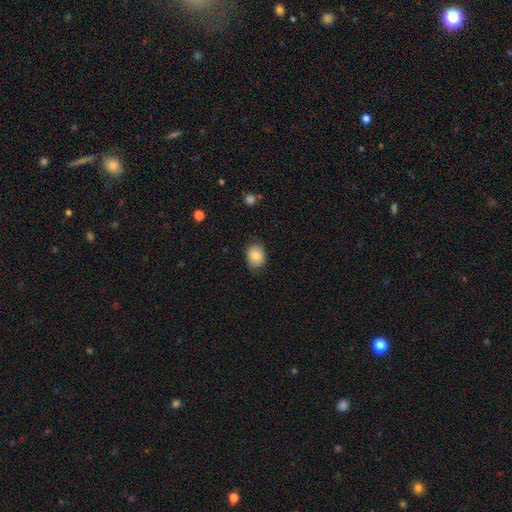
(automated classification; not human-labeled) This is clearly a smooth galaxy (82%). How rounded: possibly in between (57%). Merging: likely none (79%).